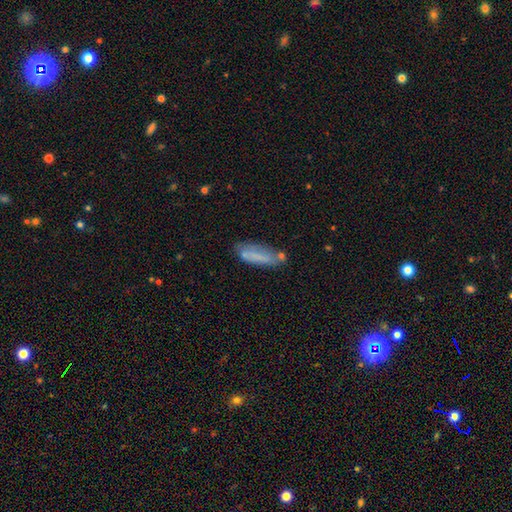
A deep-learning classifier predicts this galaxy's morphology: A smooth galaxy with no disk features (70%) that is cigar-shaped (56%).

Vote fractions:
- Smooth or featured? smooth: 70% / featured or disk: 21% / star or artifact: 9%
- How rounded? cigar-shaped: 56% / in between: 42% / round: 2%
- Merging? none: 54% / minor disturbance: 26% / major disturbance: 10% / merger: 10%